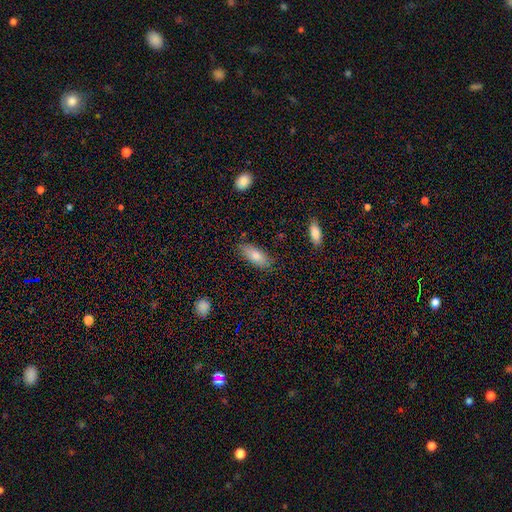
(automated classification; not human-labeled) This is likely a smooth galaxy (80%). How rounded: likely in between (79%). Merging: clearly none (82%).